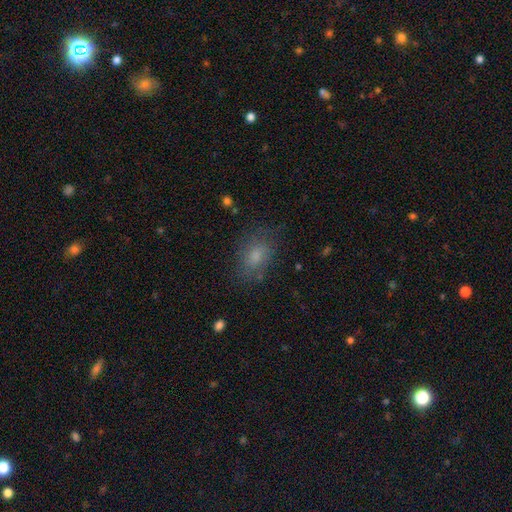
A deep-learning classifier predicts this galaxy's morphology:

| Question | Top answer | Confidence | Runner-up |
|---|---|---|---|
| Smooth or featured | smooth | 74% | featured or disk (15%) |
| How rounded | in between | 79% | round (19%) |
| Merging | none | 74% | minor disturbance (17%) |